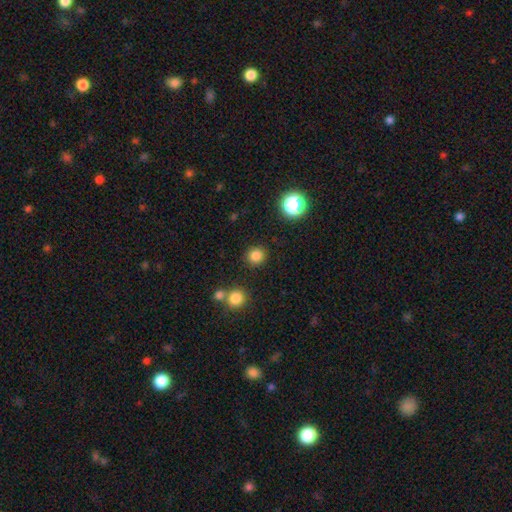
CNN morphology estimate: Smooth or featured?
  - smooth: 82% *
  - star or artifact: 14%
  - featured or disk: 4%
How rounded?
  - round: 90% *
  - in between: 9%
  - cigar-shaped: 1%
Merging?
  - none: 88% *
  - minor disturbance: 6%
  - merger: 4%
  - major disturbance: 3%